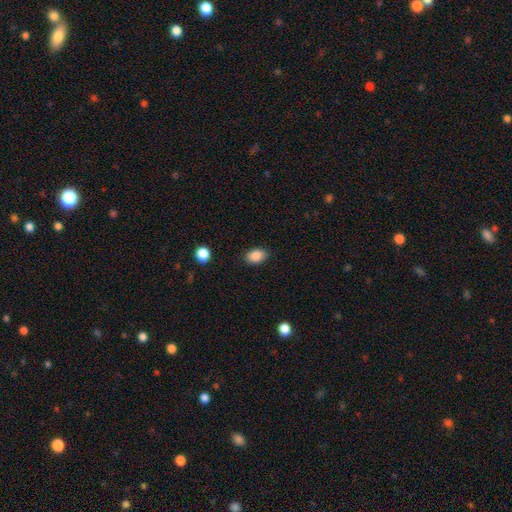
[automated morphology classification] Smooth or featured?
  - smooth: 88% *
  - star or artifact: 8%
  - featured or disk: 4%
How rounded?
  - in between: 80% *
  - round: 19%
  - cigar-shaped: 1%
Merging?
  - none: 86% *
  - minor disturbance: 10%
  - major disturbance: 3%
  - merger: 1%